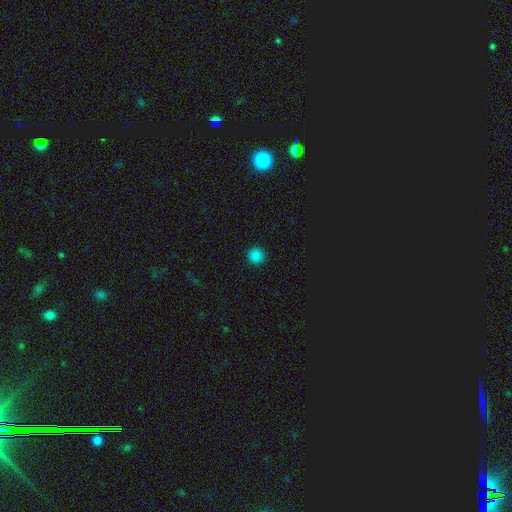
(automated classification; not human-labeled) The model was most divided on "smooth or featured": smooth: 84%, star or artifact: 14%, featured or disk: 2%. More confident: how rounded — round (96%); merging — none (93%).